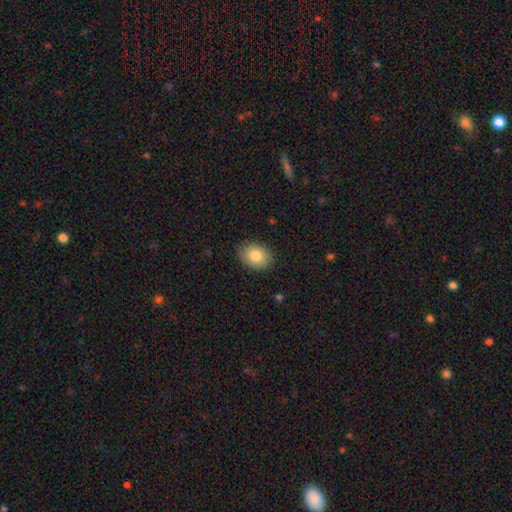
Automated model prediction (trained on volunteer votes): Smooth or featured: smooth — 83% (featured or disk — 9%)
How rounded: in between — 71% (round — 28%)
Merging: none — 85% (minor disturbance — 11%)